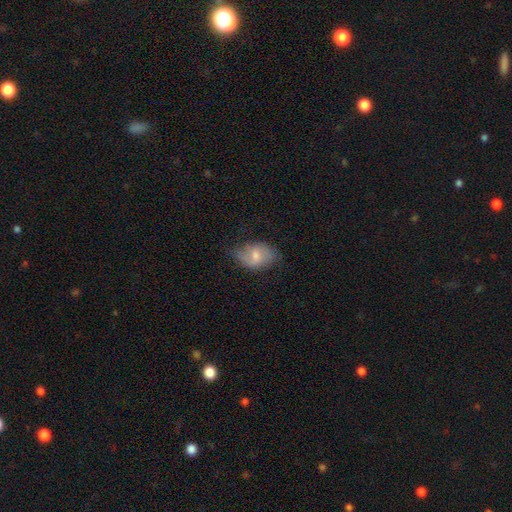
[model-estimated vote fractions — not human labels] The model was most divided on "smooth or featured": smooth: 51%, featured or disk: 41%, star or artifact: 8%. More confident: how rounded — in between (82%); merging — none (63%).